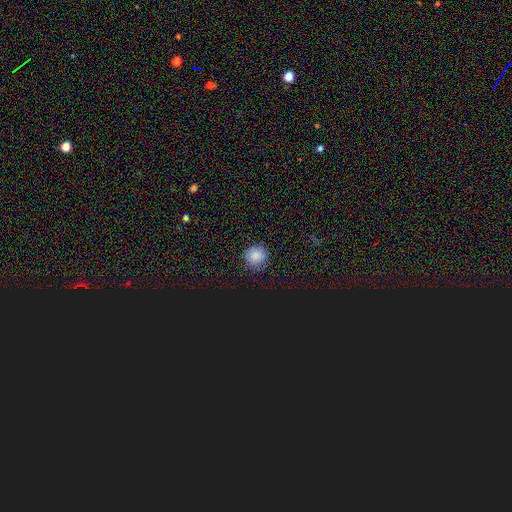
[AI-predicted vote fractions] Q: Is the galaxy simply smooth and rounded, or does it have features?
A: smooth — 78%.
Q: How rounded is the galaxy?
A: round — 91%.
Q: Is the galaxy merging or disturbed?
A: none — 87%.